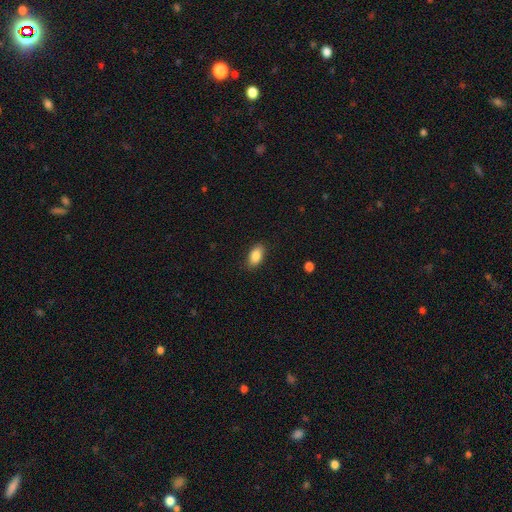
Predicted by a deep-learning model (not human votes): The model was most divided on "merging": none: 87%, minor disturbance: 10%, major disturbance: 2%, merger: 1%. More confident: how rounded — in between (91%); smooth or featured — smooth (87%).